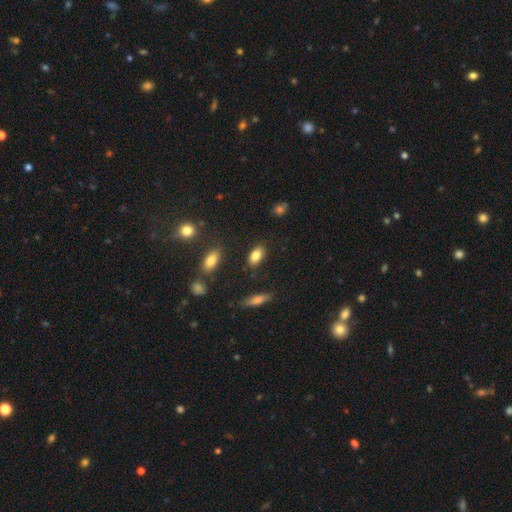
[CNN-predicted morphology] smooth_or_featured: smooth (p=0.83) [alt: featured or disk p=0.08]
how_rounded: in between (p=0.89) [alt: round p=0.06]
merging: none (p=0.84) [alt: minor disturbance p=0.11]